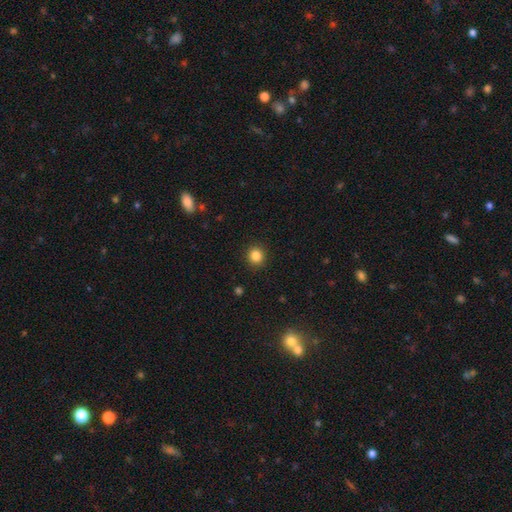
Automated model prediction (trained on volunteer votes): The model was most divided on "smooth or featured": smooth: 85%, star or artifact: 11%, featured or disk: 4%. More confident: merging — none (91%); how rounded — round (88%).